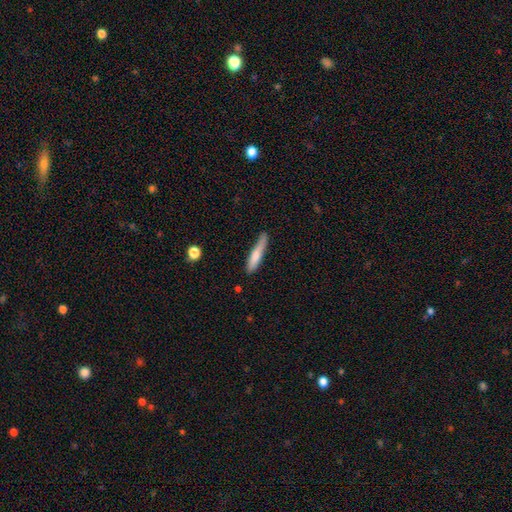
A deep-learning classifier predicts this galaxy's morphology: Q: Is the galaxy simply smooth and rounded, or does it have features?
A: smooth — 73%.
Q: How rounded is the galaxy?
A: cigar-shaped — 89%.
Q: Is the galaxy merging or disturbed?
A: none — 66%.